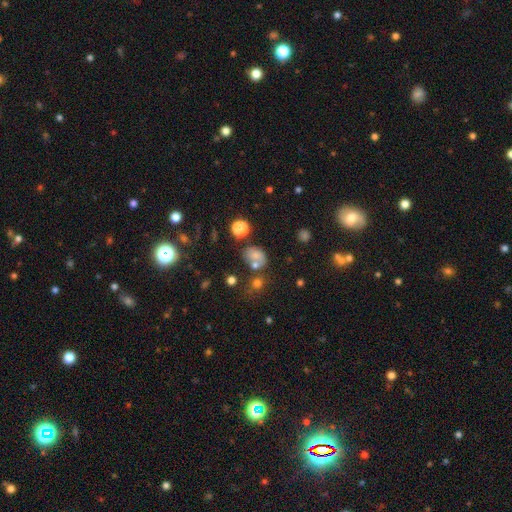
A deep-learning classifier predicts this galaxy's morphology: This appears to be a smooth galaxy with no disk features (64%) that is in between round and cigar-shaped (57%). Merging: none (48%).